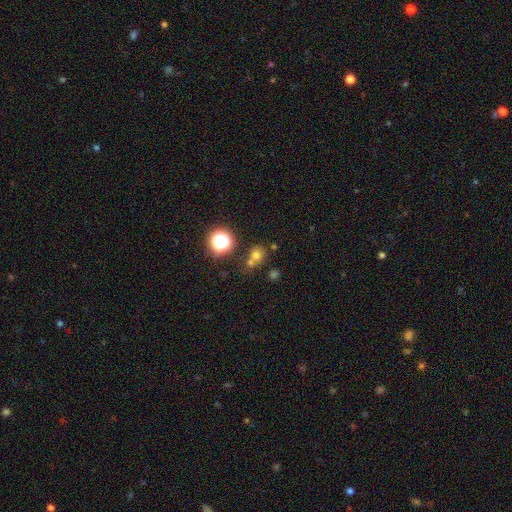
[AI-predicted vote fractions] Smooth or featured? smooth (66%)
How rounded? round (81%)
Merging? none (59%)